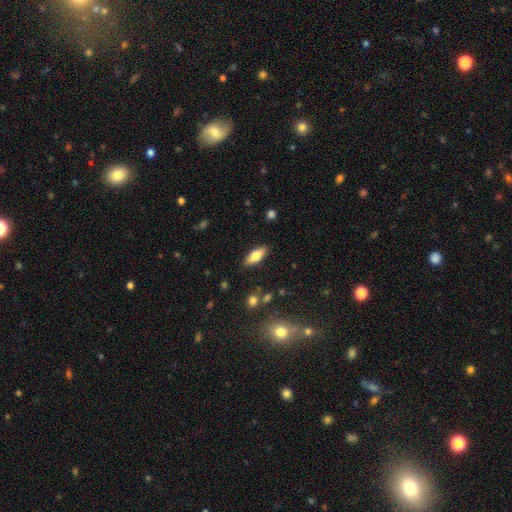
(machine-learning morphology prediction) type=smooth (72%); roundness=in between (72%); merging=none (87%).